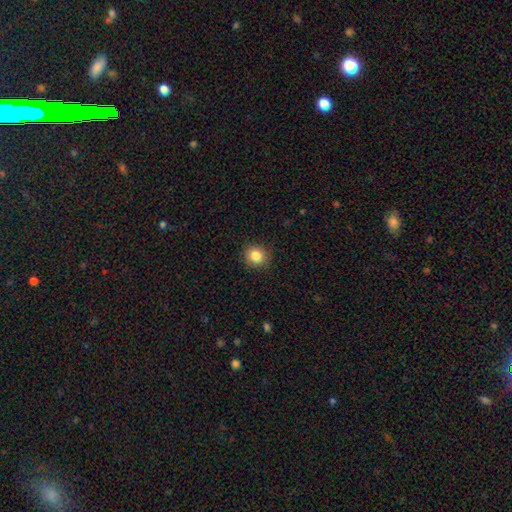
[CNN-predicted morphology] This is clearly a smooth galaxy (85%). How rounded: clearly round (87%). Merging: clearly none (90%).